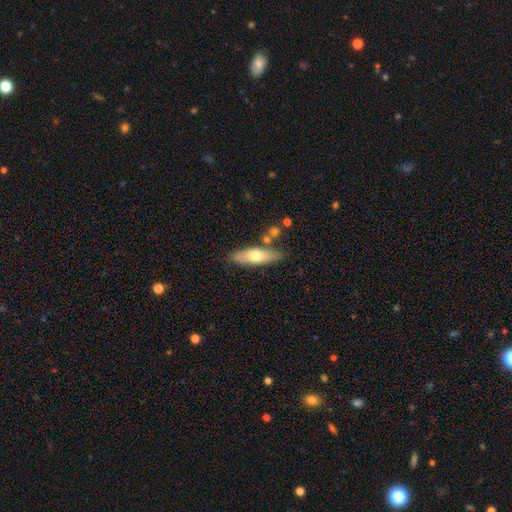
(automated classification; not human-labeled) This is likely a smooth galaxy (61%). How rounded: possibly cigar-shaped (51%). Merging: likely none (78%).